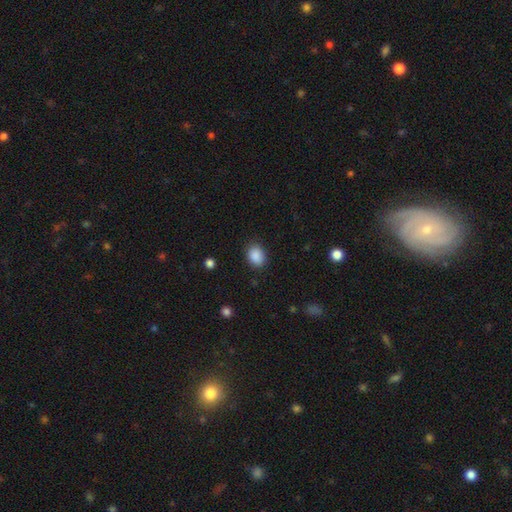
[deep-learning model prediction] This appears to be a smooth galaxy with no disk features (89%) that is in between round and cigar-shaped (65%). Merging: none (86%).